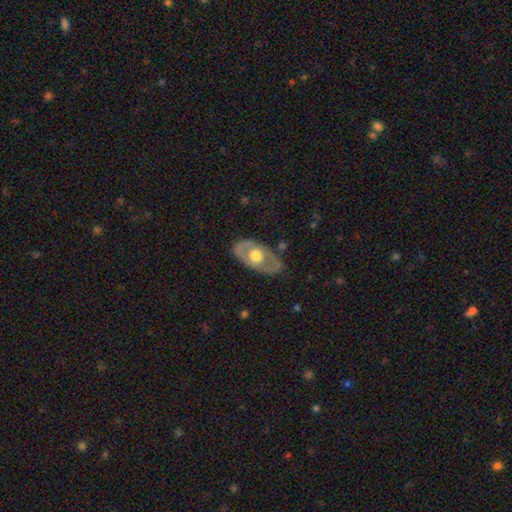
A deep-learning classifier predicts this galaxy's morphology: A featured or disk galaxy (56%). Merging: none (75%).